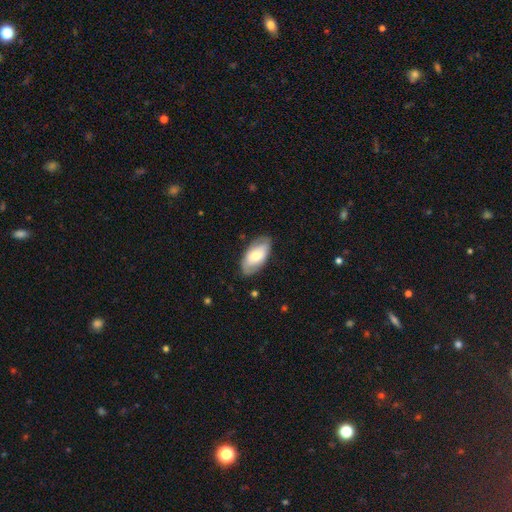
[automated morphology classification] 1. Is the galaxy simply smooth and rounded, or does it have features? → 63% smooth, 32% featured or disk, 6% star or artifact.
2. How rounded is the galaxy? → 94% in between, 3% cigar-shaped, 3% round.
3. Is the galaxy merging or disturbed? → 80% none, 15% minor disturbance, 3% major disturbance, 1% merger.